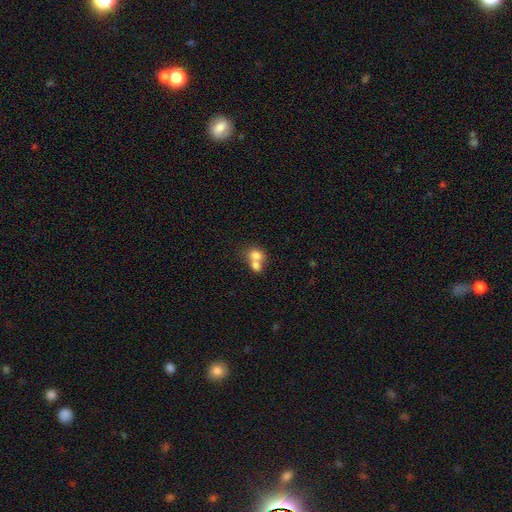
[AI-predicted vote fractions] Smooth or featured? Predicted: smooth (p=0.74). How rounded? Predicted: round (p=0.53). Merging? Predicted: merger (p=0.68).